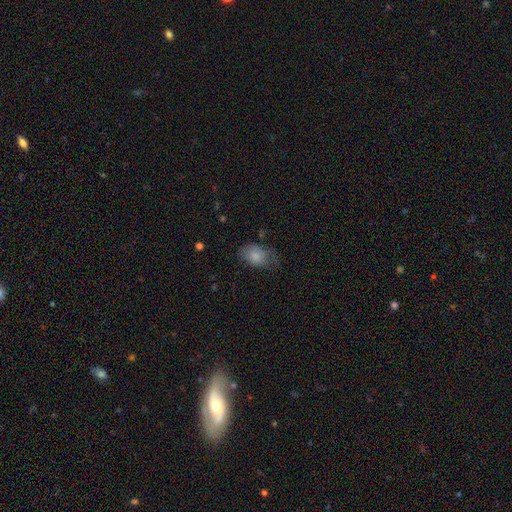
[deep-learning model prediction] smooth 82%, featured or disk 10%, star or artifact 7%. Down the decision tree: how rounded — in between (85%); merging — none (54%).